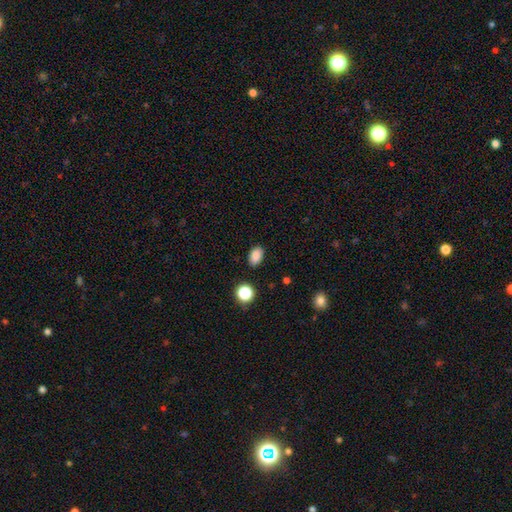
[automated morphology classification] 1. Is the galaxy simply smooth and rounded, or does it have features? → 86% smooth, 10% star or artifact, 4% featured or disk.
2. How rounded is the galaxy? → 86% in between, 12% round, 1% cigar-shaped.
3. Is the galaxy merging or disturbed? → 88% none, 8% minor disturbance, 2% major disturbance, 2% merger.